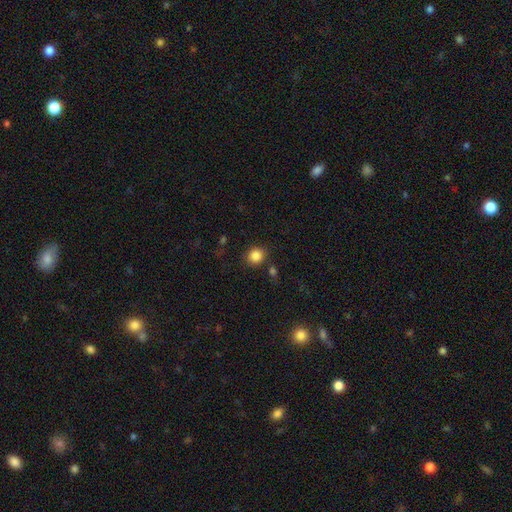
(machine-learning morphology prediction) Smooth or featured? smooth (85%)
How rounded? round (83%)
Merging? none (83%)